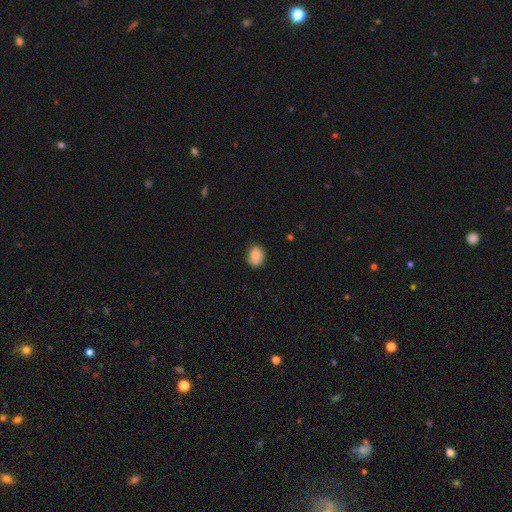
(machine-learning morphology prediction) smooth 86%, star or artifact 8%, featured or disk 6%. Down the decision tree: how rounded — in between (54%); merging — none (81%).